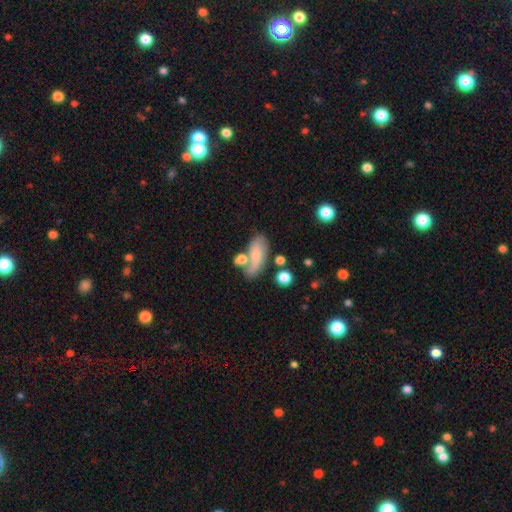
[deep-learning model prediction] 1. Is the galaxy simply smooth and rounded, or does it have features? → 61% smooth, 31% featured or disk, 8% star or artifact.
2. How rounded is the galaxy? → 80% in between, 14% cigar-shaped, 6% round.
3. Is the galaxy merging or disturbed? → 45% none, 25% merger, 20% minor disturbance, 10% major disturbance.